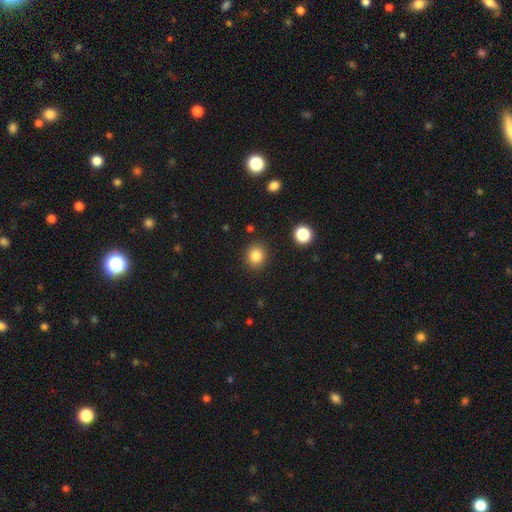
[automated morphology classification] Smooth or featured? smooth (84%)
How rounded? round (79%)
Merging? none (89%)